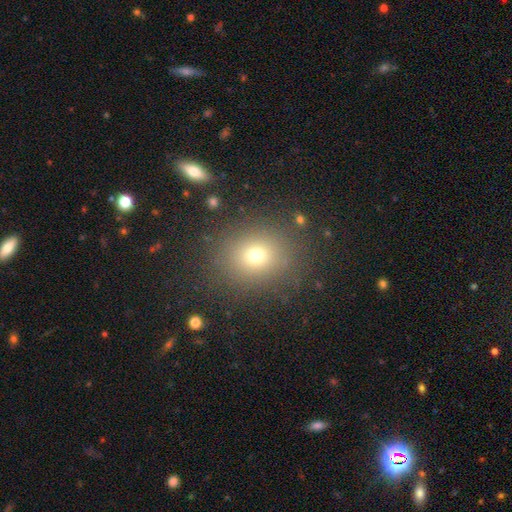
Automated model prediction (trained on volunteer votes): A smooth galaxy with no disk features (71%) that is round (75%). Merging: none (84%).